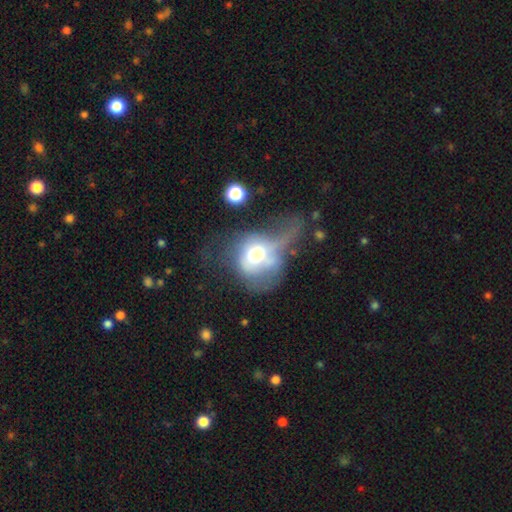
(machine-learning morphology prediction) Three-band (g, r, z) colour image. It shows a smooth galaxy with no disk features (50%) that is round (62%). Merging: major disturbance (55%).